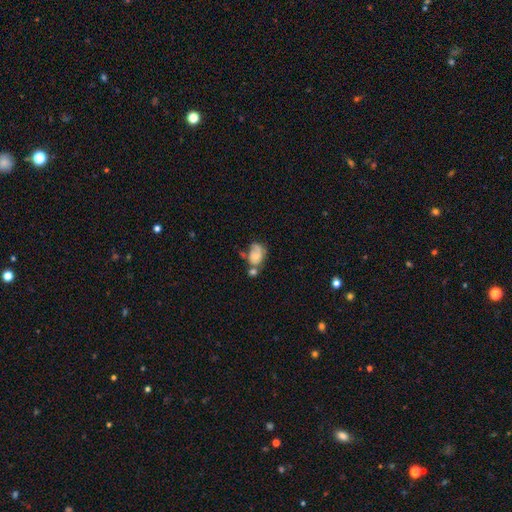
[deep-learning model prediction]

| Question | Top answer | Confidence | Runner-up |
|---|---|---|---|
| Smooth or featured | smooth | 55% | featured or disk (37%) |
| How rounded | in between | 77% | round (22%) |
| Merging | merger | 38% | none (24%) |